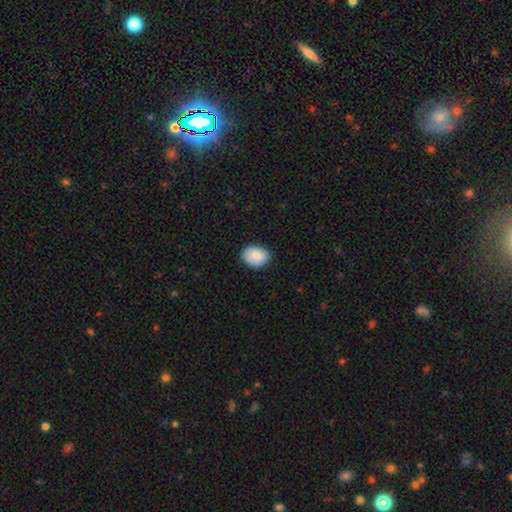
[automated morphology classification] smooth_or_featured: smooth (p=0.86) [alt: featured or disk p=0.08]
how_rounded: in between (p=0.64) [alt: round p=0.35]
merging: none (p=0.83) [alt: minor disturbance p=0.14]